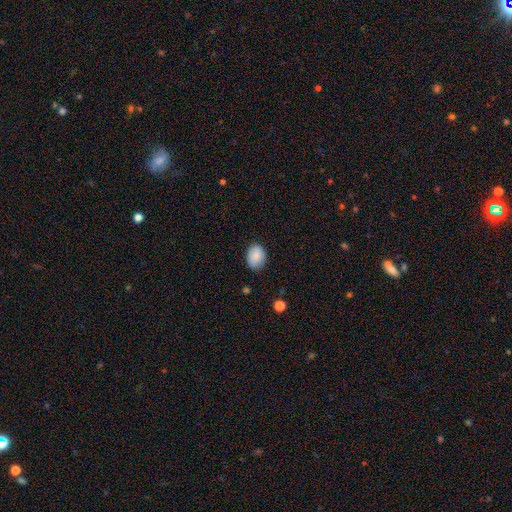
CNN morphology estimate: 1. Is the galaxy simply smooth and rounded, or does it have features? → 88% smooth, 7% star or artifact, 5% featured or disk.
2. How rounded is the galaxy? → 74% in between, 25% round, 1% cigar-shaped.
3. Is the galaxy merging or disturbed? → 81% none, 15% minor disturbance, 3% major disturbance, 1% merger.